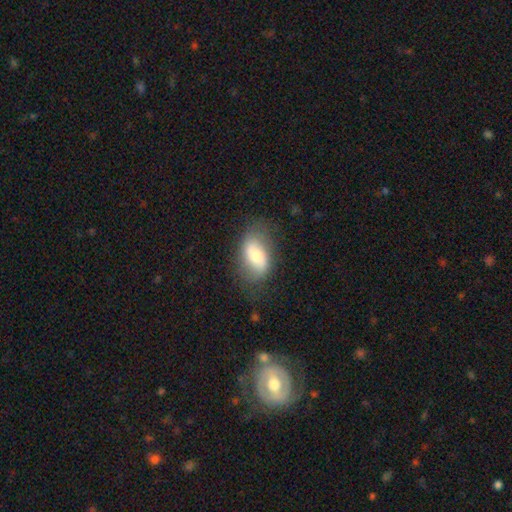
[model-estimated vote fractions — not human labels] A smooth galaxy with no disk features (58%) that is in between round and cigar-shaped (89%).

Vote fractions:
- Smooth or featured? smooth: 58% / featured or disk: 34% / star or artifact: 7%
- How rounded? in between: 89% / round: 9% / cigar-shaped: 3%
- Merging? none: 69% / minor disturbance: 21% / major disturbance: 9% / merger: 1%